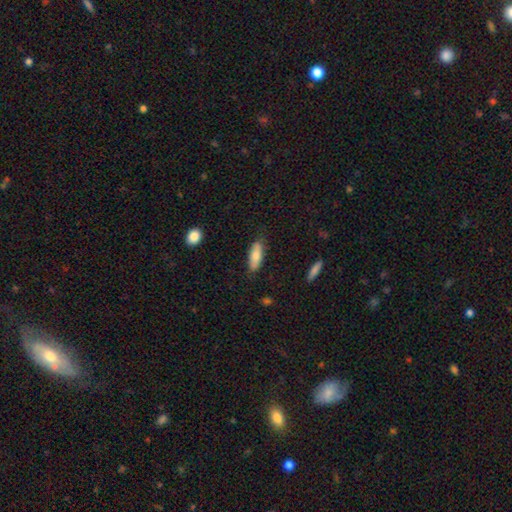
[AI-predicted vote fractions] Smooth or featured: smooth — 78% (featured or disk — 16%)
How rounded: in between — 64% (cigar-shaped — 34%)
Merging: none — 80% (minor disturbance — 16%)